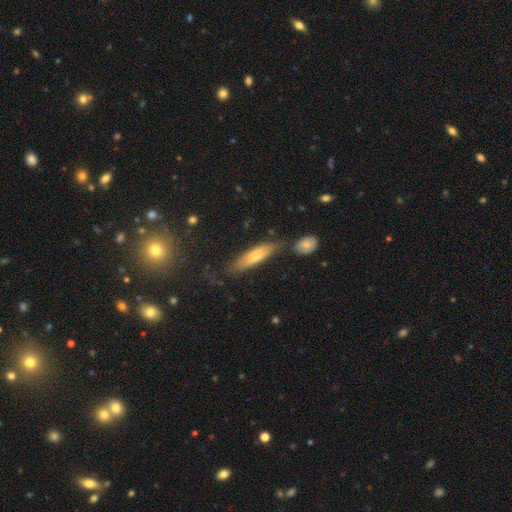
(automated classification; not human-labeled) A smooth galaxy with no disk features (63%) that is cigar-shaped (66%).

Vote fractions:
- Smooth or featured? smooth: 63% / featured or disk: 30% / star or artifact: 7%
- How rounded? cigar-shaped: 66% / in between: 32% / round: 2%
- Merging? none: 57% / minor disturbance: 23% / merger: 11% / major disturbance: 9%